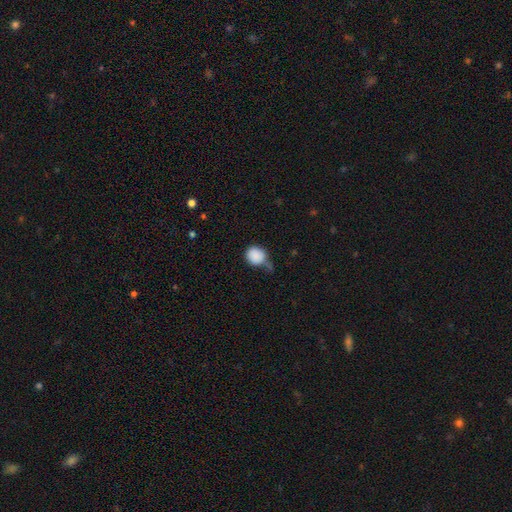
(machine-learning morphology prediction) Overall: smooth (87%). How rounded: round (84%). Merging: none (41%; minor disturbance 32%).